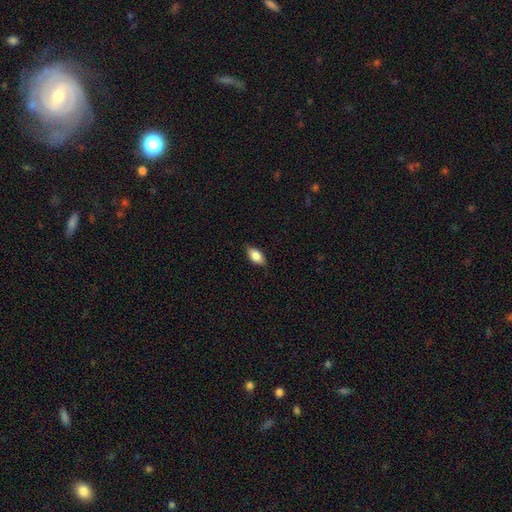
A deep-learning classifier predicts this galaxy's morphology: A smooth galaxy with no disk features (81%) that is in between round and cigar-shaped (89%).

Vote fractions:
- Smooth or featured? smooth: 81% / featured or disk: 12% / star or artifact: 7%
- How rounded? in between: 89% / cigar-shaped: 7% / round: 5%
- Merging? none: 81% / minor disturbance: 15% / major disturbance: 3% / merger: 1%